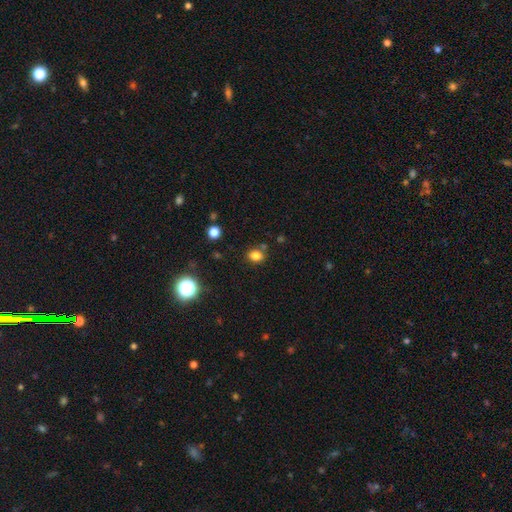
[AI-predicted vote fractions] Q: Smooth or featured?
A: smooth (80%); runner-up: star or artifact (14%)
Q: How rounded?
A: in between (51%); runner-up: round (48%)
Q: Merging?
A: none (77%); runner-up: minor disturbance (12%)